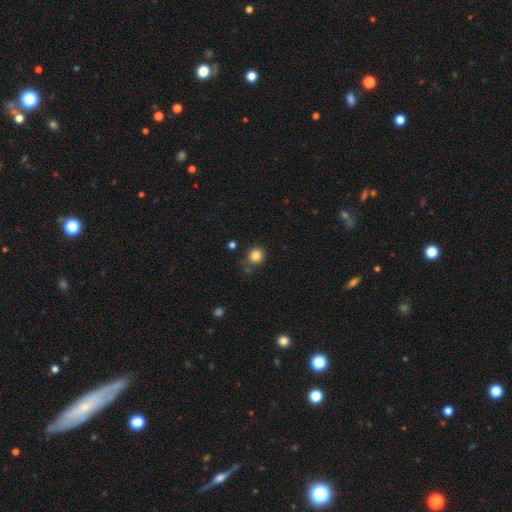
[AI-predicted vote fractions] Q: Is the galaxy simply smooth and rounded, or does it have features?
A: smooth — 84%.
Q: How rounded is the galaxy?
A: round — 87%.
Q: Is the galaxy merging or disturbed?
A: none — 76%.